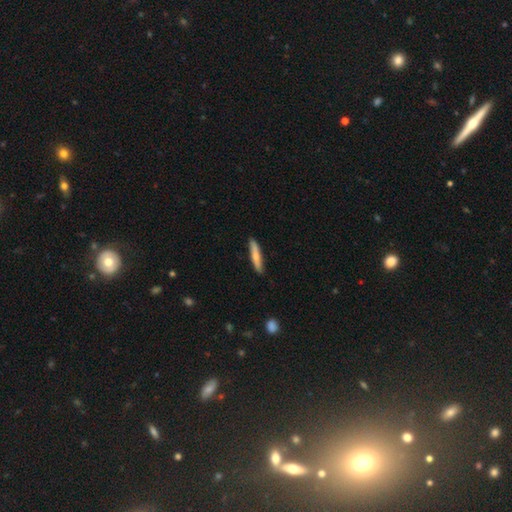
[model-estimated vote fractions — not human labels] Q: Smooth or featured?
A: smooth (66%); runner-up: featured or disk (29%)
Q: How rounded?
A: cigar-shaped (91%); runner-up: in between (8%)
Q: Merging?
A: none (87%); runner-up: minor disturbance (10%)